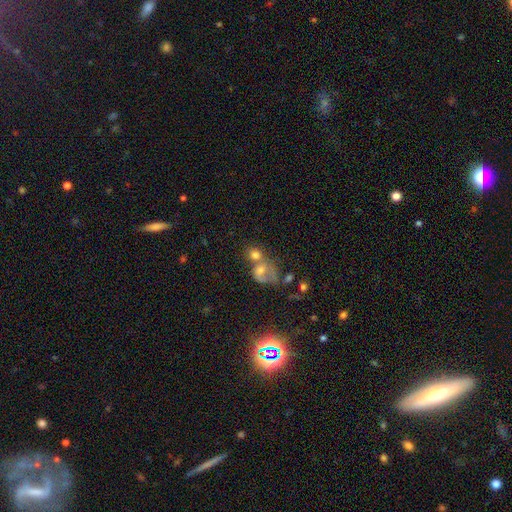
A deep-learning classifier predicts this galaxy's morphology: A smooth galaxy with no disk features (58%) that is round (64%). Merging: merger (56%).